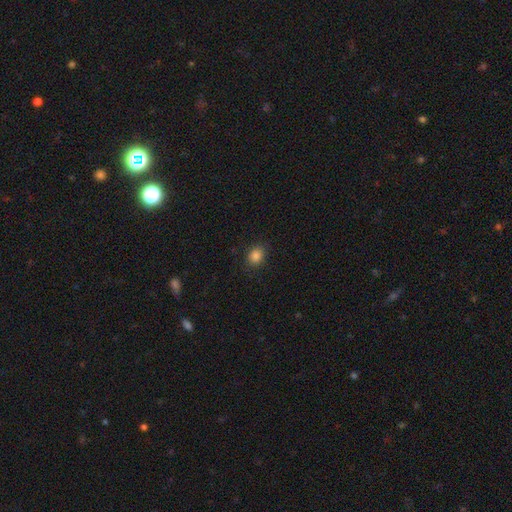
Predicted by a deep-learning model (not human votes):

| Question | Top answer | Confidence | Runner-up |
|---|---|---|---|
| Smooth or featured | smooth | 85% | star or artifact (11%) |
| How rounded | round | 55% | in between (44%) |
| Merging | none | 88% | minor disturbance (9%) |